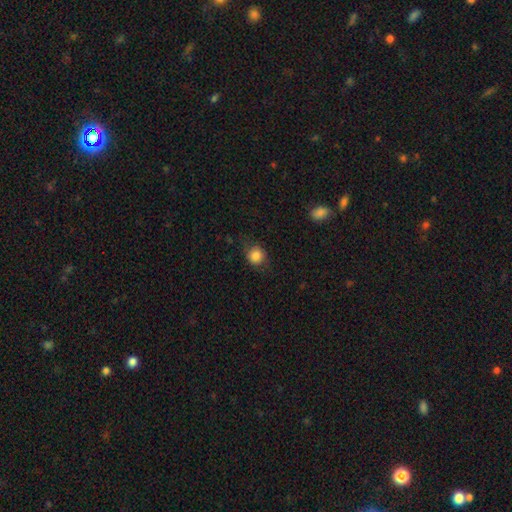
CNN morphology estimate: A smooth galaxy with no disk features (84%) that is round (83%).

Vote fractions:
- Smooth or featured? smooth: 84% / star or artifact: 9% / featured or disk: 7%
- How rounded? round: 83% / in between: 16% / cigar-shaped: 1%
- Merging? none: 75% / minor disturbance: 18% / major disturbance: 6% / merger: 1%